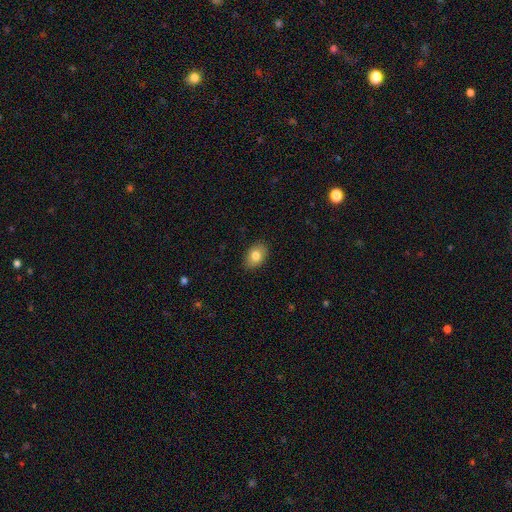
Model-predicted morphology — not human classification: A smooth galaxy with no disk features (81%) that is in between round and cigar-shaped (84%).

Vote fractions:
- Smooth or featured? smooth: 81% / featured or disk: 11% / star or artifact: 8%
- How rounded? in between: 84% / round: 15% / cigar-shaped: 1%
- Merging? none: 88% / minor disturbance: 9% / major disturbance: 2% / merger: 1%